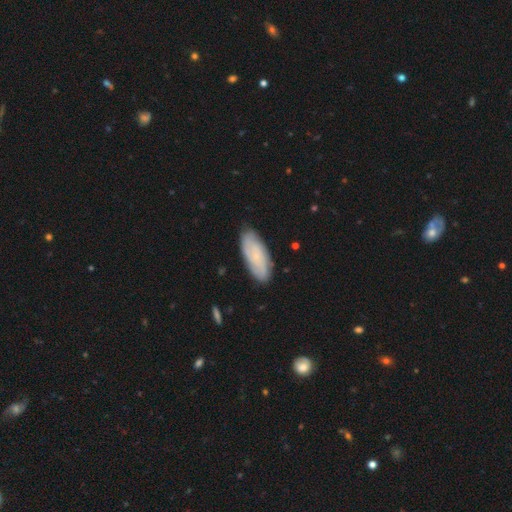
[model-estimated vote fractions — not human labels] This is possibly a smooth galaxy (53%). How rounded: clearly in between (80%). Merging: clearly none (83%).